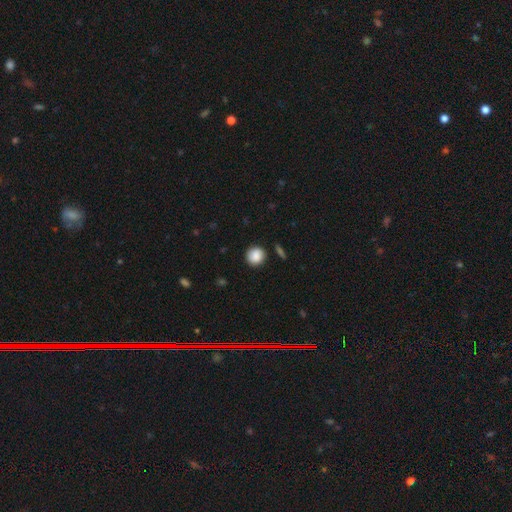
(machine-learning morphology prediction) Smooth or featured: smooth — 87% (star or artifact — 8%)
How rounded: round — 90% (in between — 9%)
Merging: none — 85% (minor disturbance — 11%)